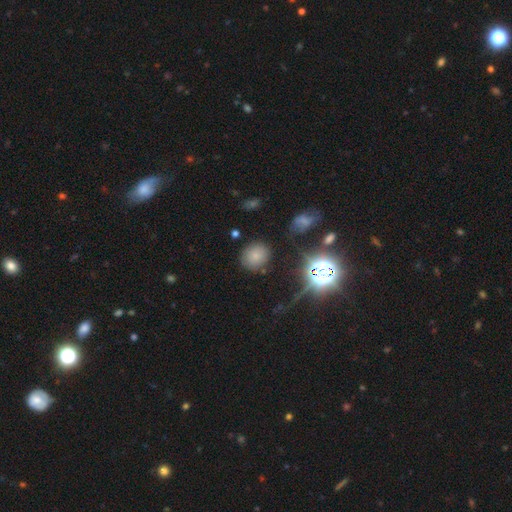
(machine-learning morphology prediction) A smooth galaxy with no disk features (74%) that is round (79%). Merging: none (83%).